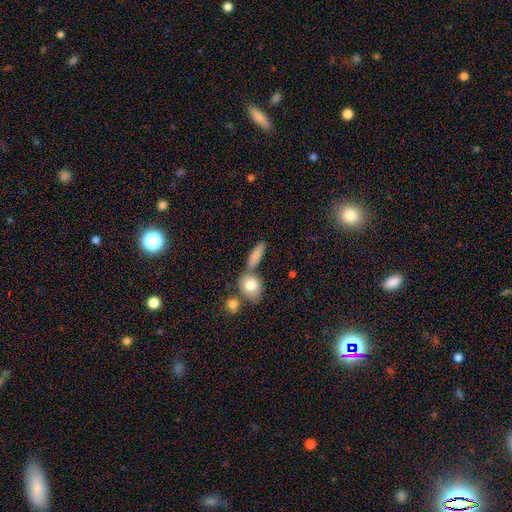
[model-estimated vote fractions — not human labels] This appears to be a smooth galaxy with no disk features (81%) that is in between round and cigar-shaped (50%). Merging: none (61%).